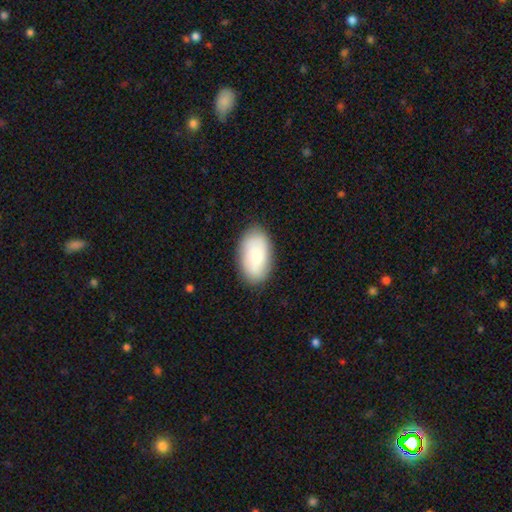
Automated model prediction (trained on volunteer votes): Overall: smooth (77%). How rounded: in between (94%). Merging: none (85%).